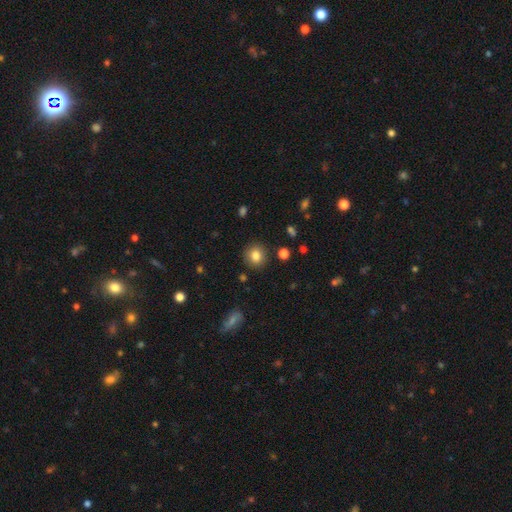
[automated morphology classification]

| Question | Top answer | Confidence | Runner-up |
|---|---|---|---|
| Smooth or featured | smooth | 83% | star or artifact (10%) |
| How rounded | round | 86% | in between (13%) |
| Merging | none | 88% | minor disturbance (7%) |